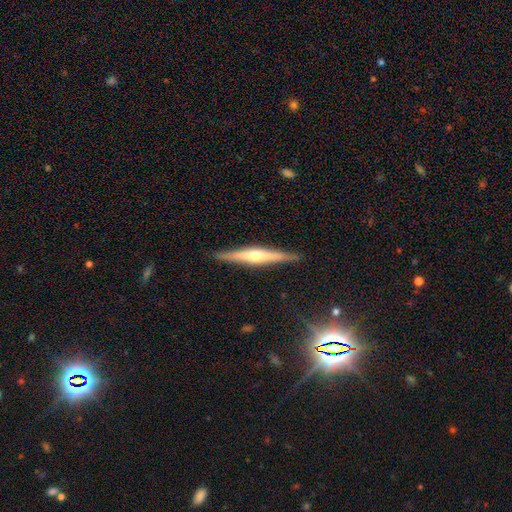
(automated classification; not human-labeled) This appears to be a featured or disk galaxy (73%) viewed edge-on (98%) with a rounded central bulge (85%). Merging: none (90%).